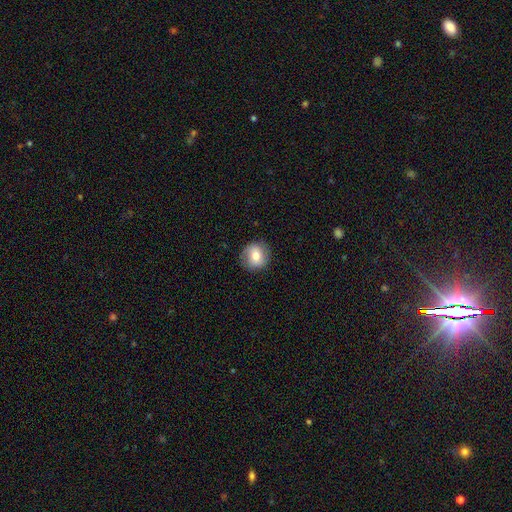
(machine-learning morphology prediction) Smooth or featured? Predicted: smooth (p=0.72). How rounded? Predicted: round (p=0.87). Merging? Predicted: none (p=0.86).